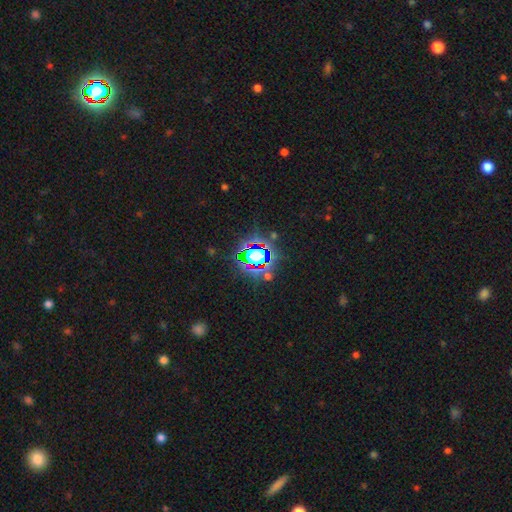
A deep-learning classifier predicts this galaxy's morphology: star or artifact 70%, smooth 17%, featured or disk 13%.